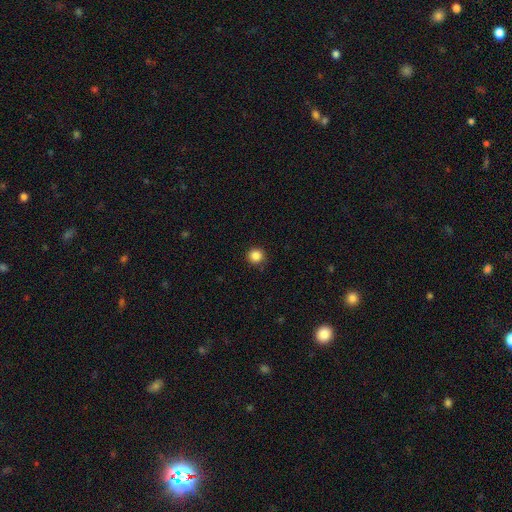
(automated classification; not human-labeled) A smooth galaxy with no disk features (85%) that is round (95%). Merging: none (90%).